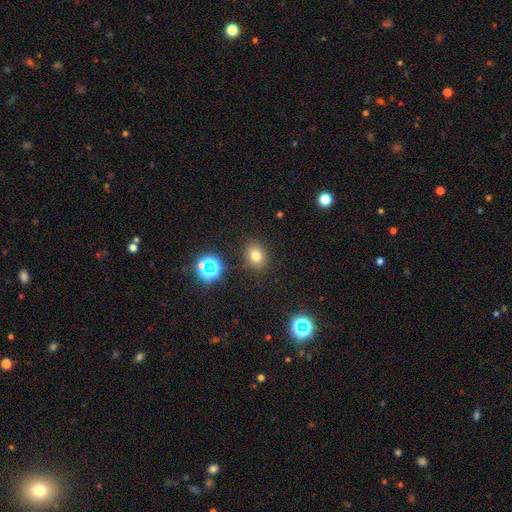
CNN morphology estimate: Overall: smooth (73%). How rounded: round (54%; in between 45%). Merging: none (86%).